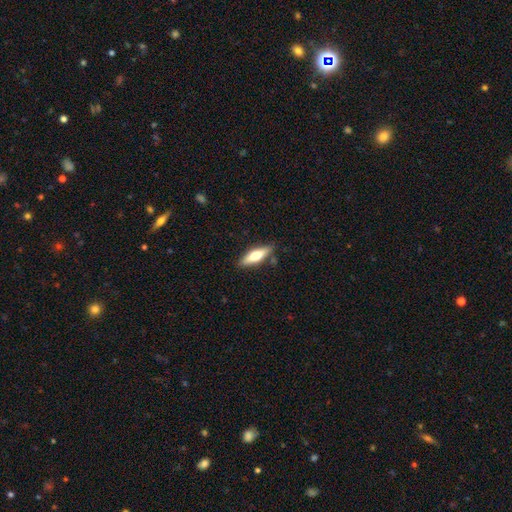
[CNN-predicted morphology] type=smooth (55%); roundness=cigar-shaped (53%); merging=none (83%).